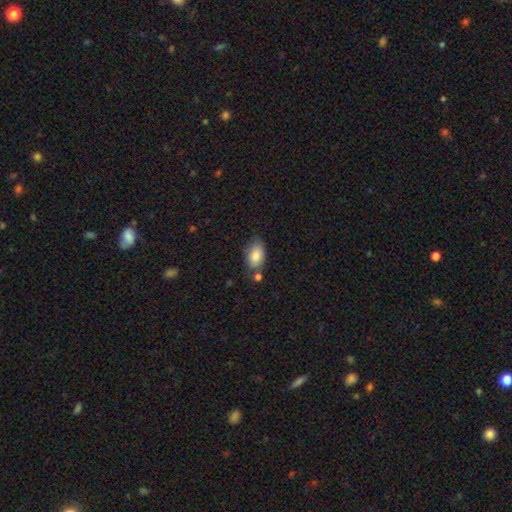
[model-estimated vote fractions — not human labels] A smooth galaxy with no disk features (83%) that is in between round and cigar-shaped (89%).

Vote fractions:
- Smooth or featured? smooth: 83% / featured or disk: 9% / star or artifact: 7%
- How rounded? in between: 89% / round: 9% / cigar-shaped: 2%
- Merging? none: 62% / minor disturbance: 22% / merger: 11% / major disturbance: 5%